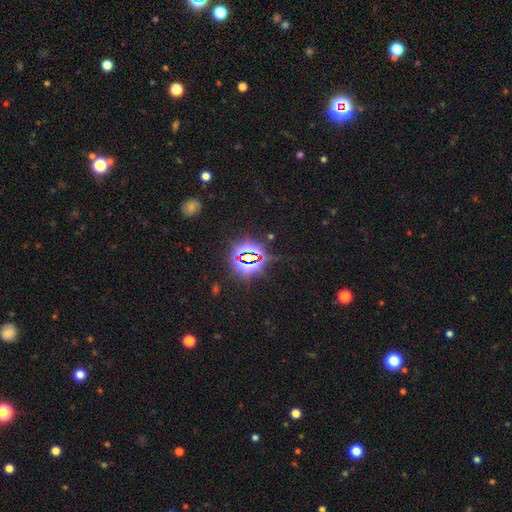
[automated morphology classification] smooth-or-featured: star or artifact: 80% | smooth: 13% | featured or disk: 8%